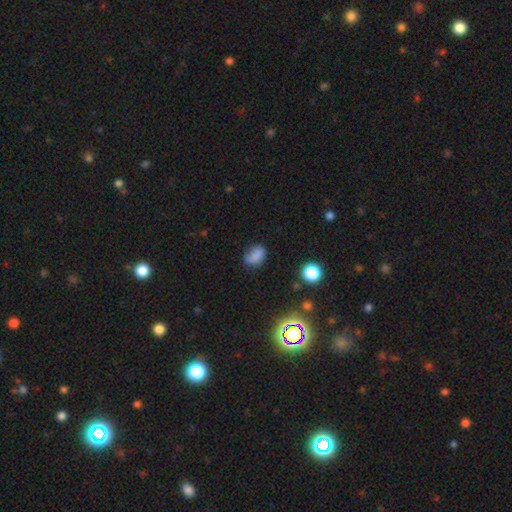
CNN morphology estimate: smooth 79%, star or artifact 14%, featured or disk 7%. Down the decision tree: how rounded — in between (79%); merging — none (60%).